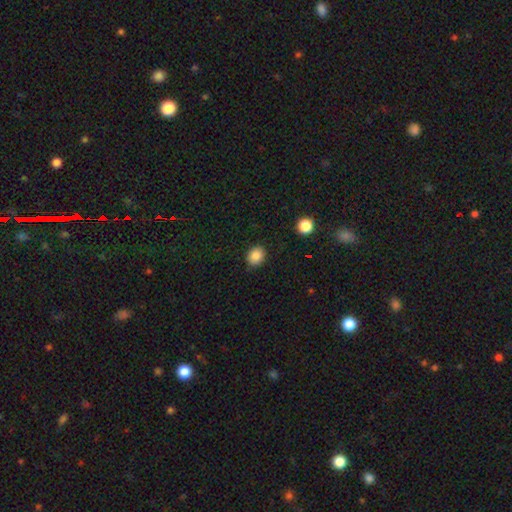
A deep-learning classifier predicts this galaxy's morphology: Q: Smooth or featured?
A: smooth (86%); runner-up: star or artifact (10%)
Q: How rounded?
A: round (55%); runner-up: in between (44%)
Q: Merging?
A: none (87%); runner-up: minor disturbance (10%)